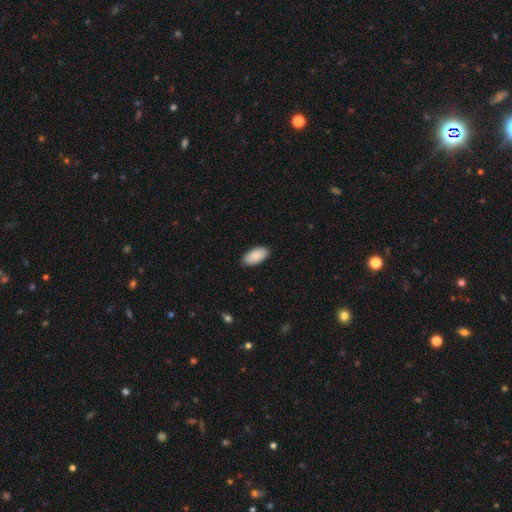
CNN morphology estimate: Smooth or featured? smooth (90%)
How rounded? in between (95%)
Merging? none (88%)